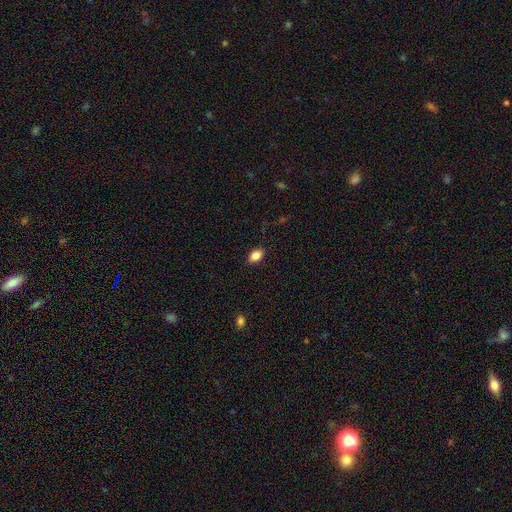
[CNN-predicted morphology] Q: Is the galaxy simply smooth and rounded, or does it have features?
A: smooth — 86%.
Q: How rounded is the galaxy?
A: in between — 85%.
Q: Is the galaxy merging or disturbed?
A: none — 88%.